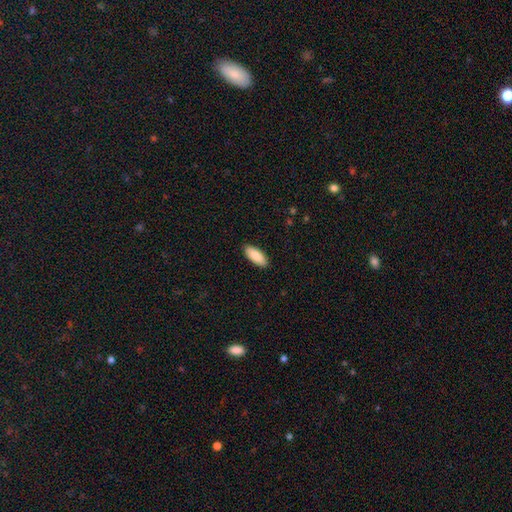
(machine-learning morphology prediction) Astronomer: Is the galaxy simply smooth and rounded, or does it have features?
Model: smooth — 89%.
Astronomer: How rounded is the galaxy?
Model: in between — 82%.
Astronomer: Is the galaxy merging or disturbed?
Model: none — 90%.